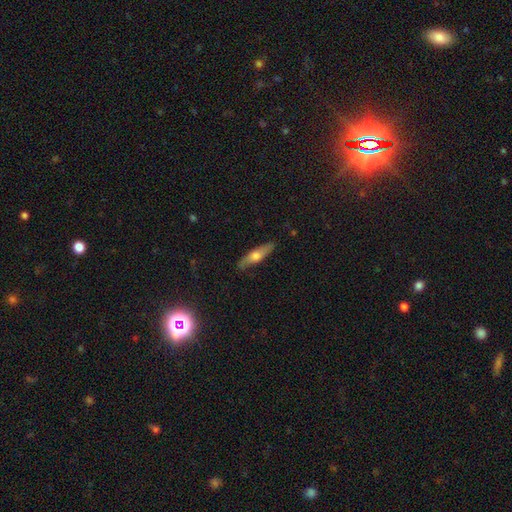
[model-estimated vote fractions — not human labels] Smooth or featured? Predicted: smooth (p=0.49). Merging? Predicted: none (p=0.85).